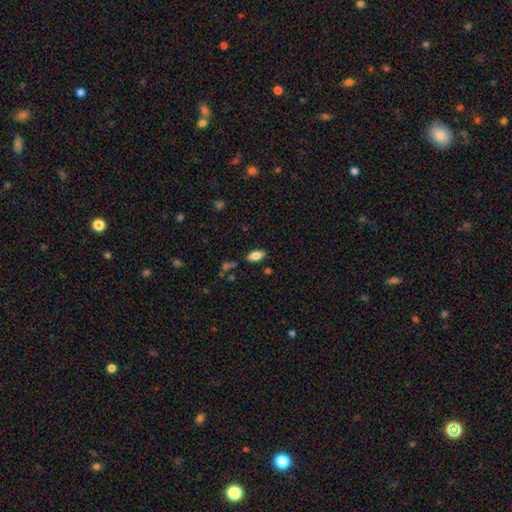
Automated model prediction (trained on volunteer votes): A smooth galaxy with no disk features (81%) that is in between round and cigar-shaped (89%). Merging: none (82%).